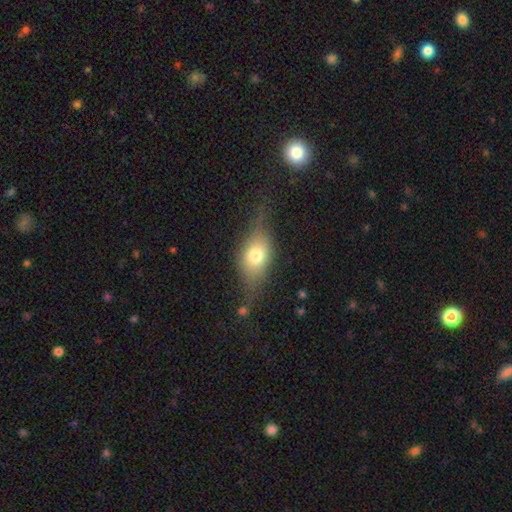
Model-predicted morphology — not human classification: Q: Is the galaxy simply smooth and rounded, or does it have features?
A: smooth — 60%.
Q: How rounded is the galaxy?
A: in between — 71%.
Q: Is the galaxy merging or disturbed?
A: none — 59%.